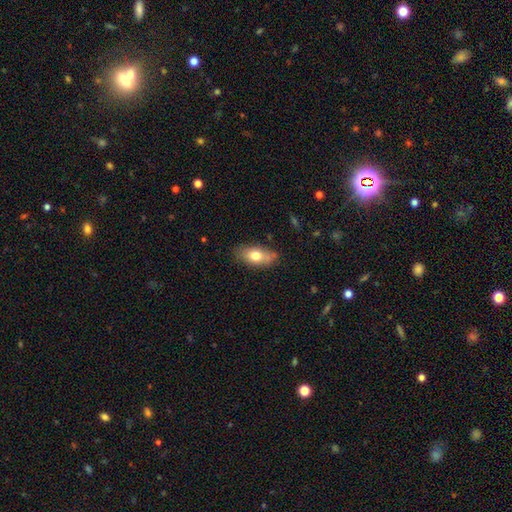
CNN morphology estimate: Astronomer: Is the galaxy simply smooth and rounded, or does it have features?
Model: smooth — 73%.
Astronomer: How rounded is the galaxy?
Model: in between — 86%.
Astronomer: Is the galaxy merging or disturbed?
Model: none — 71%.